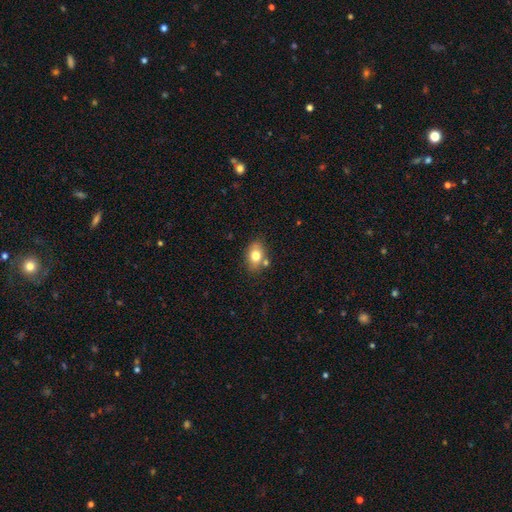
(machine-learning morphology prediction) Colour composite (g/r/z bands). It shows a smooth galaxy with no disk features (75%) that is in between round and cigar-shaped (72%). Merging: none (71%).